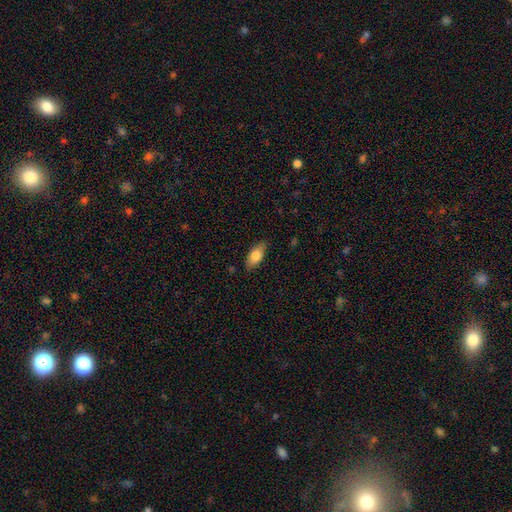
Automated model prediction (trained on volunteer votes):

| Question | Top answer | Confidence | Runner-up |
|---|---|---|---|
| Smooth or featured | smooth | 79% | featured or disk (15%) |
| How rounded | in between | 88% | cigar-shaped (8%) |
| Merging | none | 83% | minor disturbance (14%) |